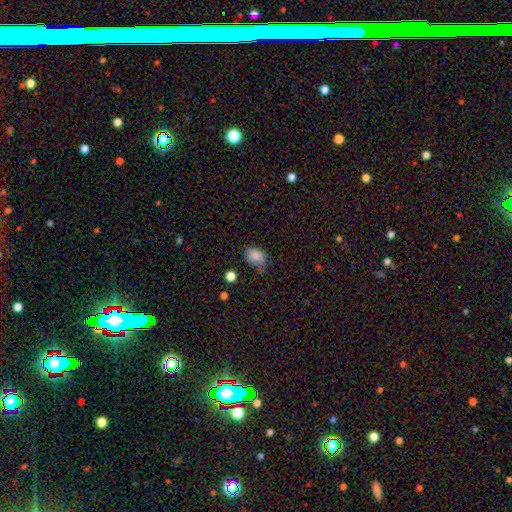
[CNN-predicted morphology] smooth_or_featured: smooth (p=0.84) [alt: star or artifact p=0.09]
how_rounded: in between (p=0.75) [alt: round p=0.23]
merging: none (p=0.54) [alt: minor disturbance p=0.34]